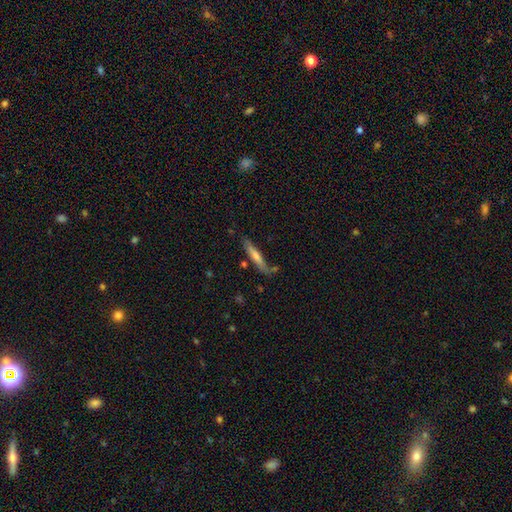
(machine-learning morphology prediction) Overall: smooth (54%; featured or disk 40%). How rounded: cigar-shaped (91%). Merging: none (71%).